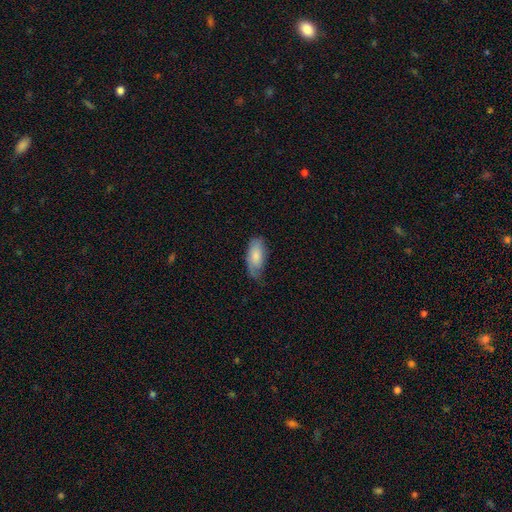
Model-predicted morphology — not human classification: Q: Smooth or featured?
A: smooth (75%); runner-up: featured or disk (19%)
Q: How rounded?
A: in between (88%); runner-up: cigar-shaped (10%)
Q: Merging?
A: none (56%); runner-up: minor disturbance (34%)